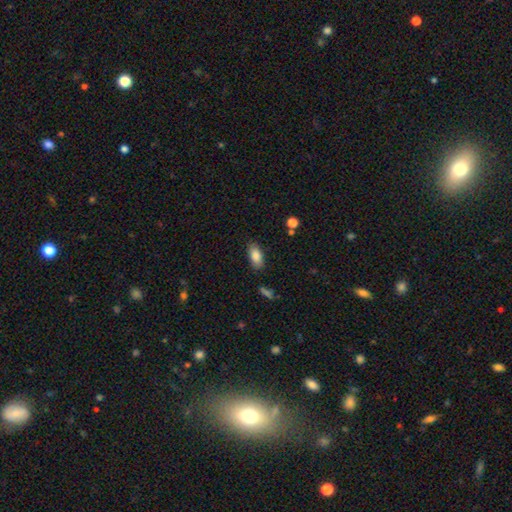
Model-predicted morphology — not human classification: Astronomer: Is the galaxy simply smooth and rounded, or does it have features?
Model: smooth — 86%.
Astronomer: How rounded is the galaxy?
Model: in between — 90%.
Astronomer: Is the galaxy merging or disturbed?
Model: none — 84%.